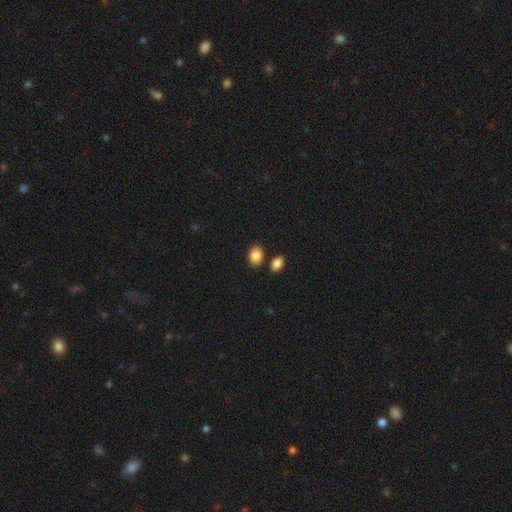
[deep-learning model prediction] Smooth or featured? Predicted: smooth (p=0.87). How rounded? Predicted: in between (p=0.78). Merging? Predicted: none (p=0.78).